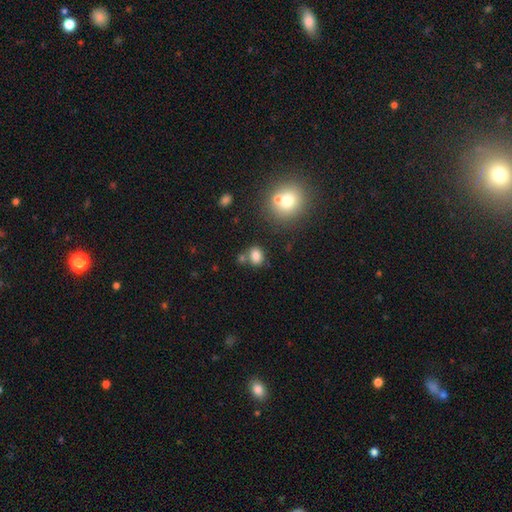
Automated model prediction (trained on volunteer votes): smooth 81%, star or artifact 12%, featured or disk 7%. Down the decision tree: how rounded — in between (59%); merging — none (64%).